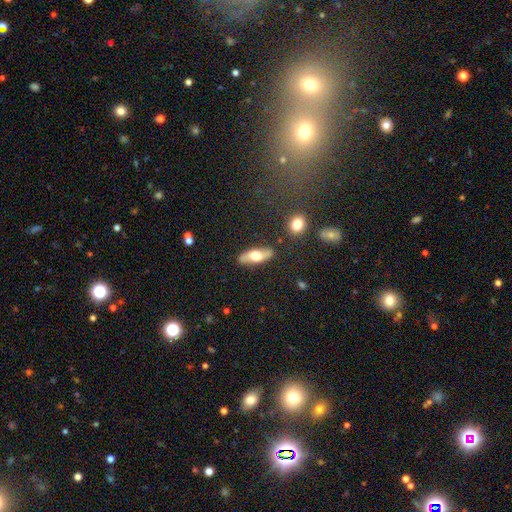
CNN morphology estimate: smooth-or-featured: smooth: 48% | featured or disk: 46% | star or artifact: 6%
  merging: none: 83% | minor disturbance: 12% | major disturbance: 3% | merger: 2%